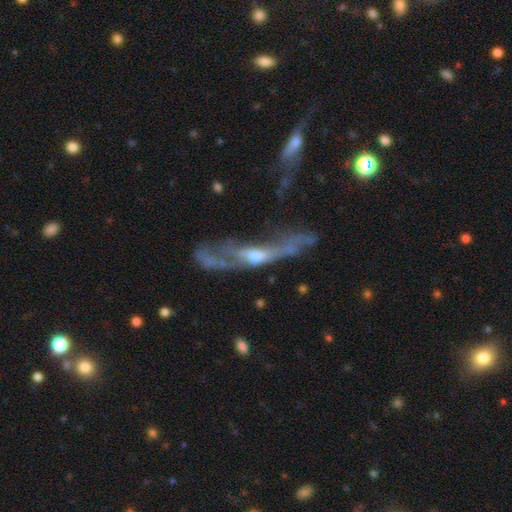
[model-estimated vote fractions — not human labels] Q: Smooth or featured?
A: featured or disk (67%); runner-up: smooth (23%)
Q: Edge-on disk?
A: no (54%); runner-up: yes (46%)
Q: Merging?
A: major disturbance (41%); runner-up: none (25%)